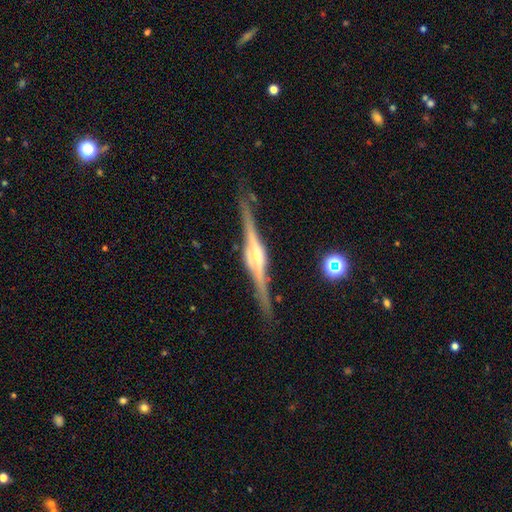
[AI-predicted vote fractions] A featured or disk galaxy (88%) viewed edge-on (98%) with a rounded central bulge (73%).

Vote fractions:
- Smooth or featured? featured or disk: 88% / smooth: 6% / star or artifact: 6%
- Edge-on disk? yes: 98% / no: 2%
- Edge-on bulge? rounded: 73% / boxy: 24% / none: 3%
- Merging? none: 87% / minor disturbance: 9% / major disturbance: 2% / merger: 1%